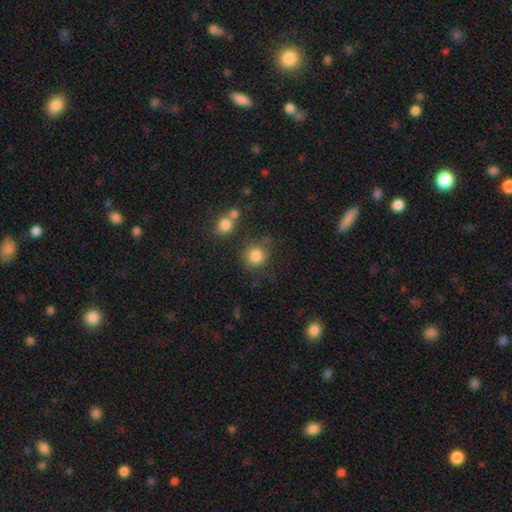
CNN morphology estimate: Smooth or featured? Predicted: smooth (p=0.83). How rounded? Predicted: round (p=0.90). Merging? Predicted: none (p=0.74).